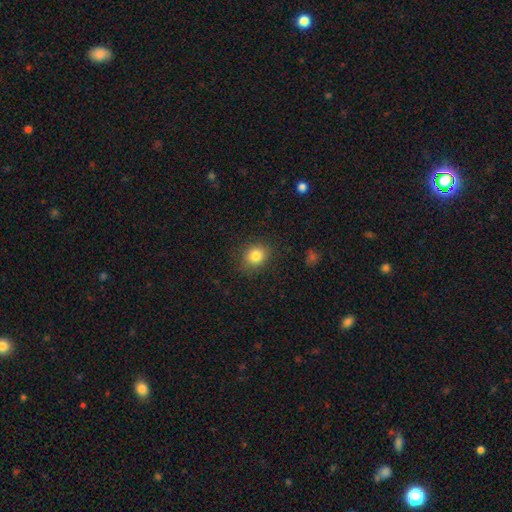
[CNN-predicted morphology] Smooth or featured?
  - smooth: 83% *
  - star or artifact: 11%
  - featured or disk: 6%
How rounded?
  - round: 71% *
  - in between: 28%
  - cigar-shaped: 1%
Merging?
  - none: 86% *
  - minor disturbance: 10%
  - major disturbance: 3%
  - merger: 1%